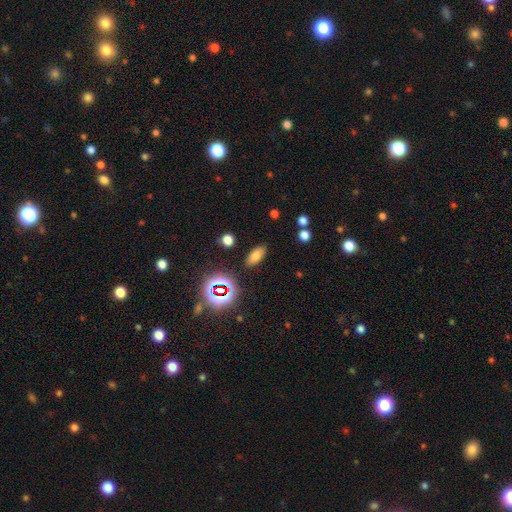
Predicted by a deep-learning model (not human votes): smooth_or_featured: smooth (p=0.72) [alt: star or artifact p=0.19]
how_rounded: in between (p=0.83) [alt: cigar-shaped p=0.11]
merging: none (p=0.85) [alt: minor disturbance p=0.09]